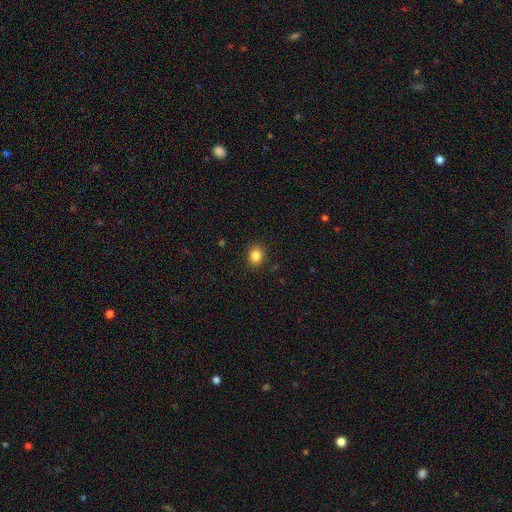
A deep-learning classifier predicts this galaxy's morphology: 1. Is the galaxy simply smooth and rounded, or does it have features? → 85% smooth, 11% star or artifact, 5% featured or disk.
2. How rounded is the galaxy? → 68% round, 31% in between, 1% cigar-shaped.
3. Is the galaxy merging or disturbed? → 88% none, 8% minor disturbance, 2% major disturbance, 1% merger.